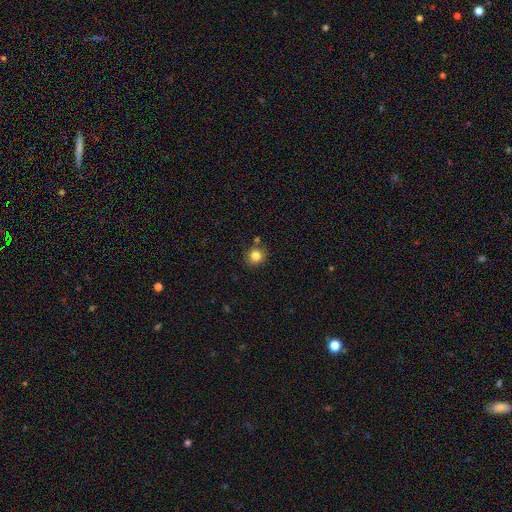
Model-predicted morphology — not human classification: A smooth galaxy with no disk features (82%) that is round (90%).

Vote fractions:
- Smooth or featured? smooth: 82% / star or artifact: 11% / featured or disk: 6%
- How rounded? round: 90% / in between: 9% / cigar-shaped: 1%
- Merging? none: 79% / minor disturbance: 11% / merger: 7% / major disturbance: 3%